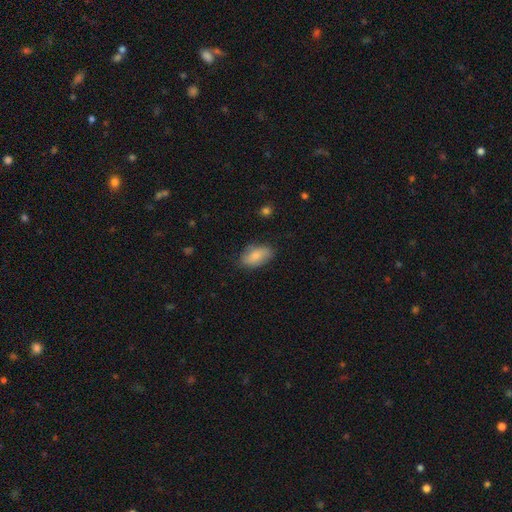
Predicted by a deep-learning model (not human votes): smooth-or-featured: smooth: 80% | featured or disk: 13% | star or artifact: 7%
  how-rounded: in between: 92% | round: 5% | cigar-shaped: 3%
  merging: none: 75% | minor disturbance: 19% | major disturbance: 4% | merger: 1%